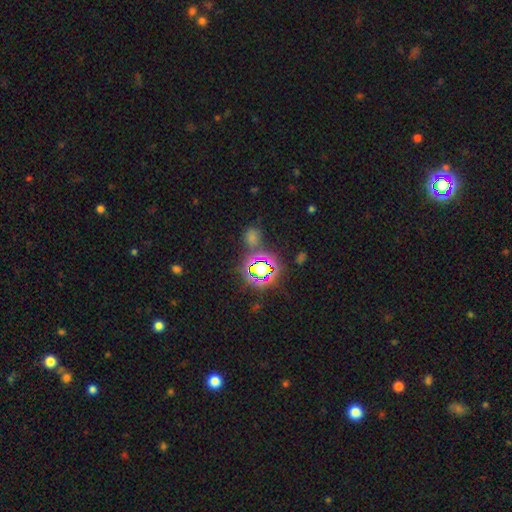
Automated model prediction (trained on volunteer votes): star or artifact 61%, smooth 30%, featured or disk 9%.